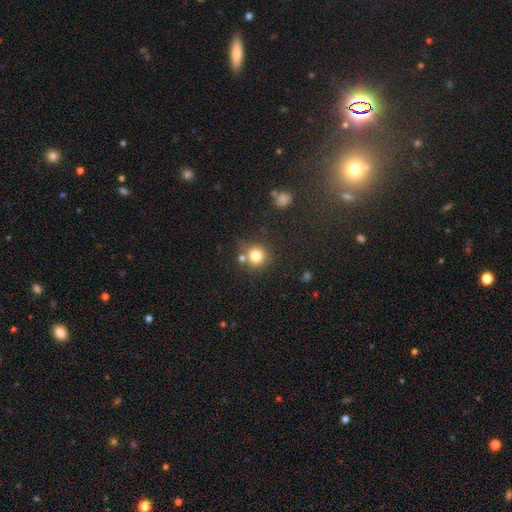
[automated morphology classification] This is clearly a smooth galaxy (80%). How rounded: clearly round (91%). Merging: likely none (71%).